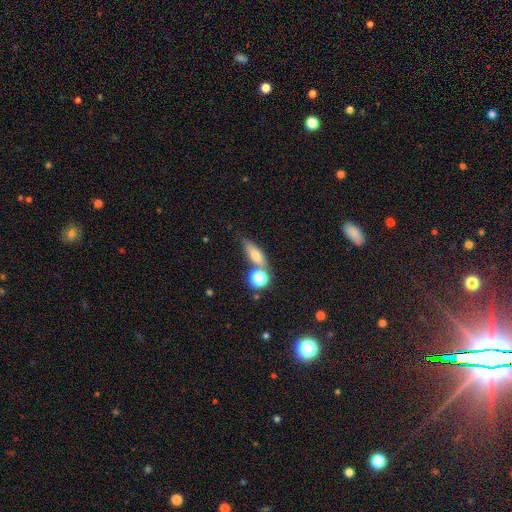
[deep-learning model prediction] smooth-or-featured: smooth: 63% | featured or disk: 24% | star or artifact: 12%
  how-rounded: in between: 48% | cigar-shaped: 40% | round: 12%
  merging: none: 59% | merger: 21% | minor disturbance: 14% | major disturbance: 6%